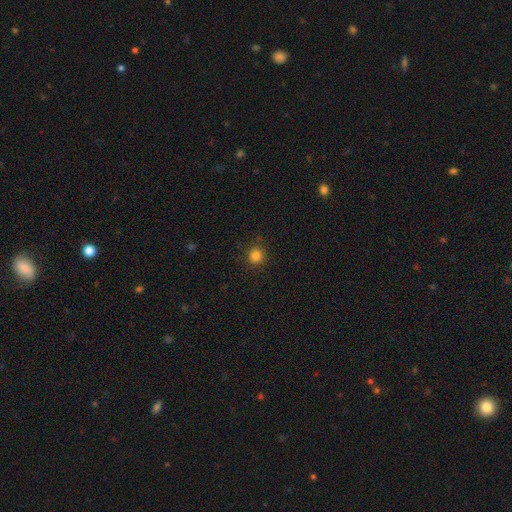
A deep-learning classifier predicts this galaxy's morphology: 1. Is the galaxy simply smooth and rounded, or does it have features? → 83% smooth, 13% star or artifact, 4% featured or disk.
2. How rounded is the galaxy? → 94% round, 5% in between, 1% cigar-shaped.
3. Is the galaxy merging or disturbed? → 89% none, 7% minor disturbance, 2% major disturbance, 1% merger.